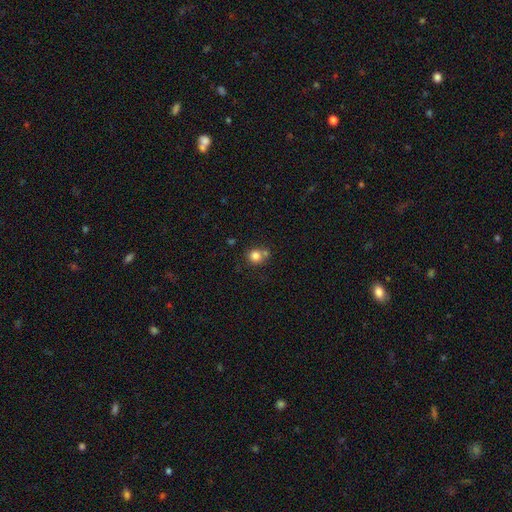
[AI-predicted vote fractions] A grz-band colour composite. It shows a smooth galaxy with no disk features (81%) that is round (86%). Merging: none (58%).